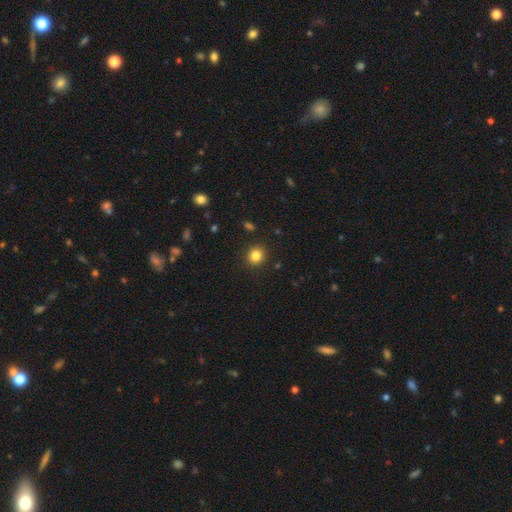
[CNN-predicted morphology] Q: Smooth or featured?
A: smooth (83%); runner-up: star or artifact (12%)
Q: How rounded?
A: round (88%); runner-up: in between (11%)
Q: Merging?
A: none (91%); runner-up: minor disturbance (6%)